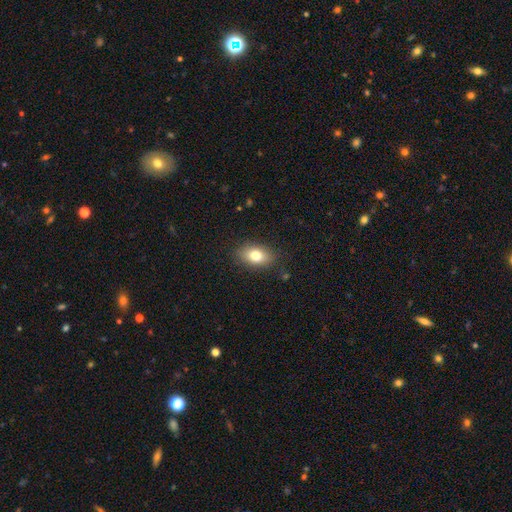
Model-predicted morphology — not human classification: type=smooth (79%); roundness=in between (85%); merging=none (86%).